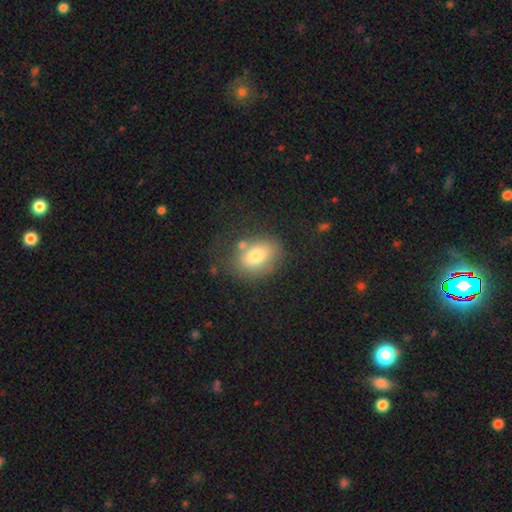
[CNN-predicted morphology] Smooth or featured? smooth (75%)
How rounded? in between (70%)
Merging? none (64%)